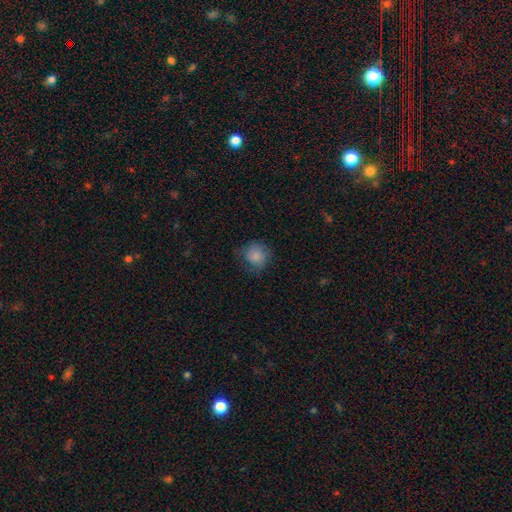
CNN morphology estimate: Smooth or featured? smooth (83%)
How rounded? round (86%)
Merging? none (64%)